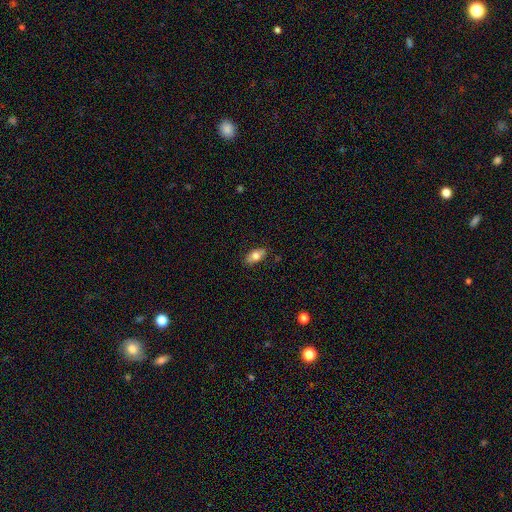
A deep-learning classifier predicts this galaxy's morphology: smooth-or-featured: smooth: 75% | featured or disk: 19% | star or artifact: 7%
  how-rounded: in between: 89% | cigar-shaped: 7% | round: 4%
  merging: none: 85% | minor disturbance: 12% | major disturbance: 2% | merger: 1%